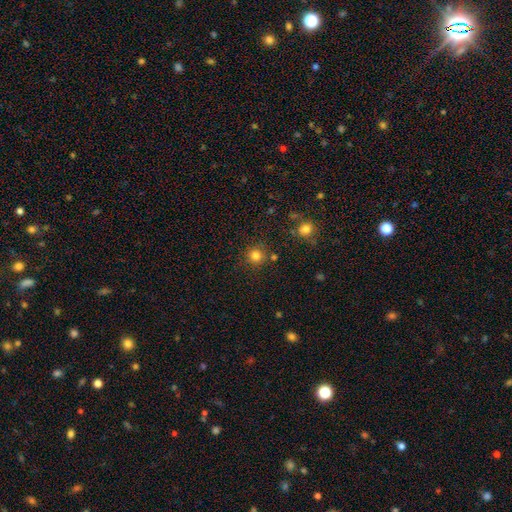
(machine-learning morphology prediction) Smooth or featured?
  - smooth: 80% *
  - star or artifact: 14%
  - featured or disk: 5%
How rounded?
  - round: 93% *
  - in between: 6%
  - cigar-shaped: 1%
Merging?
  - none: 84% *
  - minor disturbance: 8%
  - merger: 5%
  - major disturbance: 3%